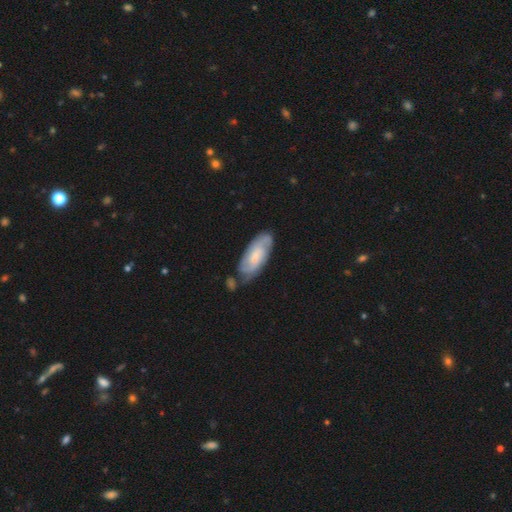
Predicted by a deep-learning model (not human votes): The model was most divided on "spiral winding": tight: 49%, medium: 39%, loose: 12%. Remaining: edge-on disk — no (91%); spiral arms — yes (91%); merging — none (65%); smooth or featured — featured or disk (61%); spiral arm count — 2 (57%); bar — no (52%); bulge size — small (45%).